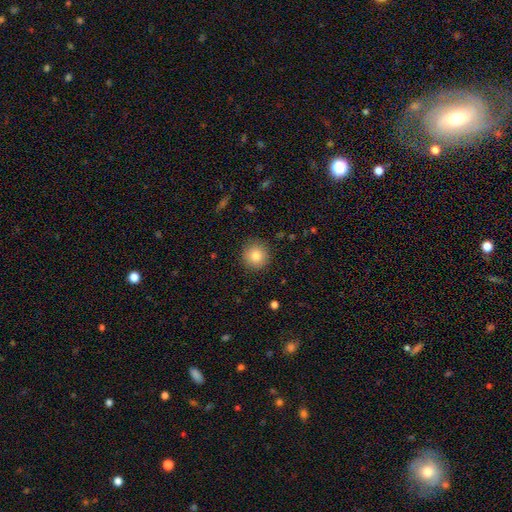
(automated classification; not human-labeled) smooth_or_featured: smooth (p=0.83) [alt: star or artifact p=0.09]
how_rounded: round (p=0.94) [alt: in between p=0.05]
merging: none (p=0.90) [alt: minor disturbance p=0.07]